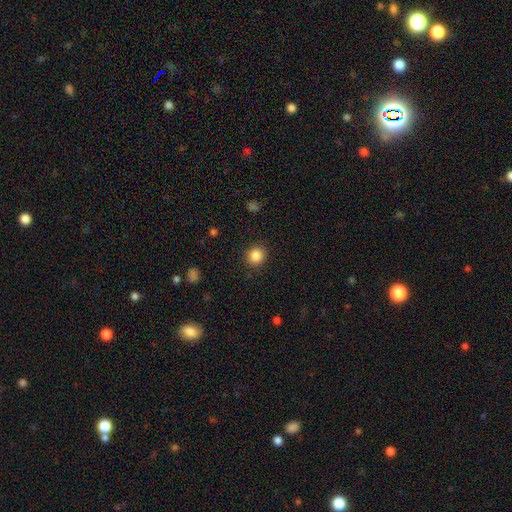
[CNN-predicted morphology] The model was most divided on "smooth or featured": smooth: 86%, star or artifact: 10%, featured or disk: 4%. More confident: merging — none (90%); how rounded — round (90%).